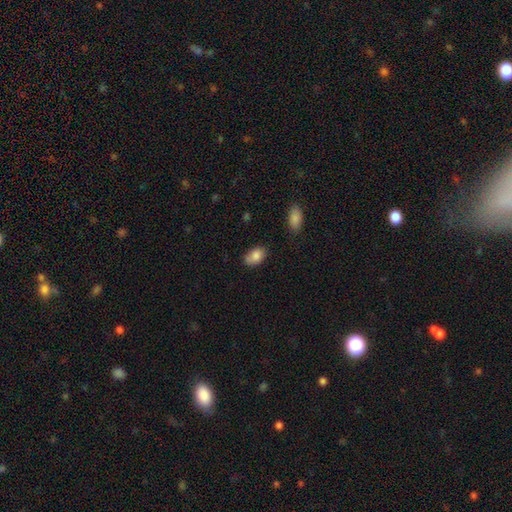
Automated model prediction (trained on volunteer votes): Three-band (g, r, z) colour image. It shows a smooth galaxy with no disk features (83%) that is in between round and cigar-shaped (90%). Merging: none (66%).